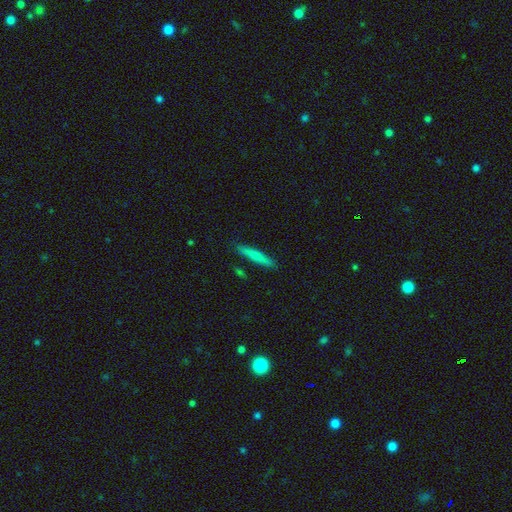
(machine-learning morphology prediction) The model was most divided on "smooth or featured": smooth: 73%, featured or disk: 21%, star or artifact: 6%. More confident: how rounded — cigar-shaped (92%); merging — none (88%).